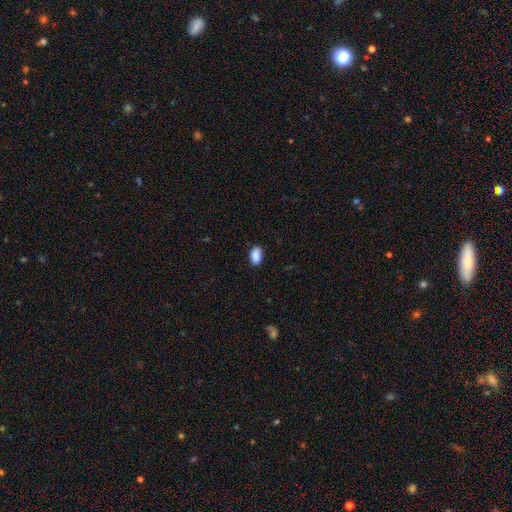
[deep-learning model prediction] Smooth or featured? smooth (89%)
How rounded? in between (92%)
Merging? none (85%)